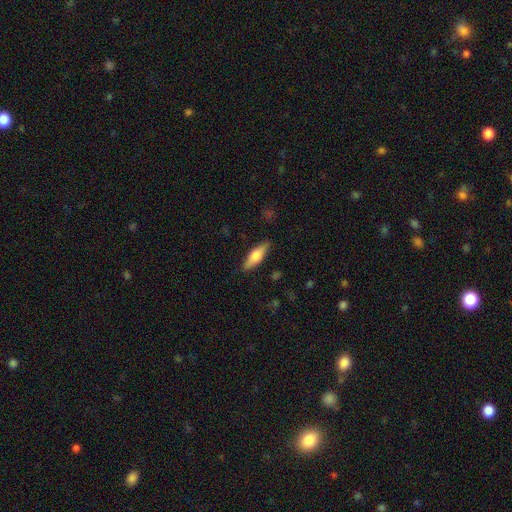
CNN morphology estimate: smooth 66%, featured or disk 29%, star or artifact 6%. Down the decision tree: how rounded — in between (50%); merging — none (87%).